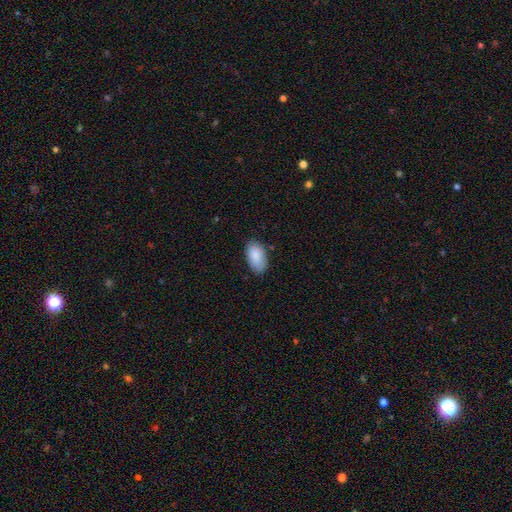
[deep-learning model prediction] Smooth or featured: smooth — 87% (featured or disk — 6%)
How rounded: in between — 95% (round — 3%)
Merging: none — 80% (minor disturbance — 16%)